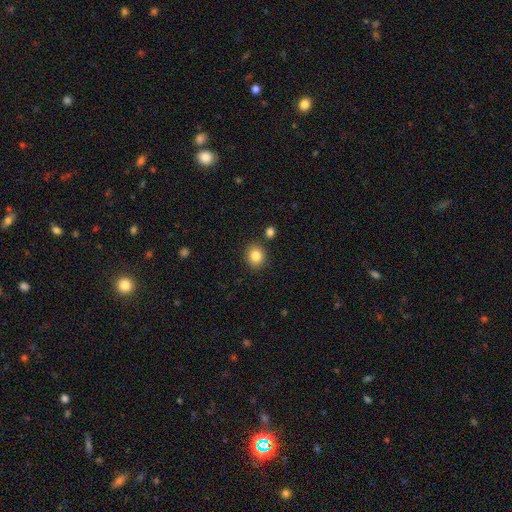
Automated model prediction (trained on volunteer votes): This appears to be a smooth galaxy with no disk features (84%) that is round (74%). Merging: none (85%).